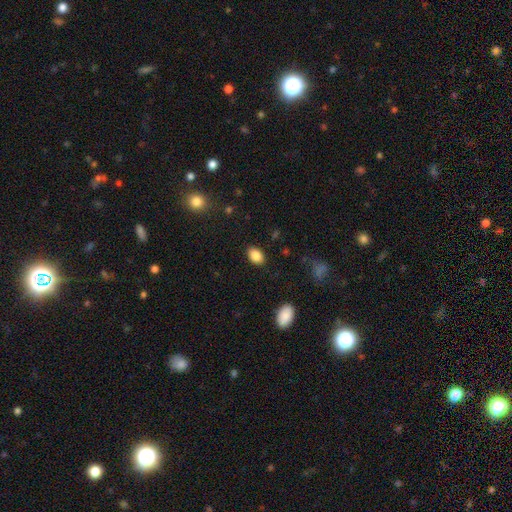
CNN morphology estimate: type=smooth (86%); roundness=in between (80%); merging=none (87%).